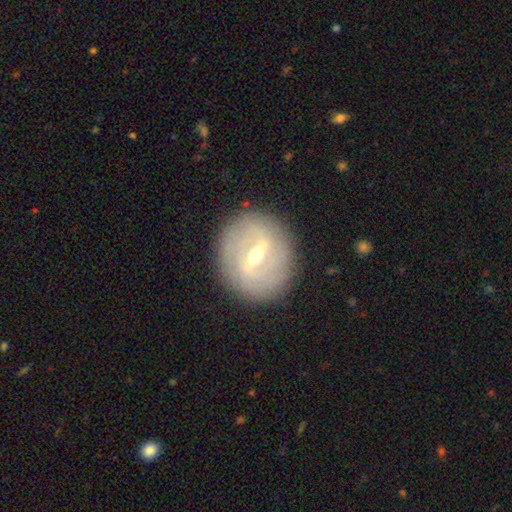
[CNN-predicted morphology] smooth_or_featured: featured or disk (p=0.80) [alt: smooth p=0.14]
disk_edge_on: no (p=0.90) [alt: yes p=0.10]
bar: strong (p=0.58) [alt: weak p=0.35]
has_spiral_arms: yes (p=0.67) [alt: no p=0.33]
bulge_size: moderate (p=0.58) [alt: small p=0.38]
merging: none (p=0.87) [alt: minor disturbance p=0.09]